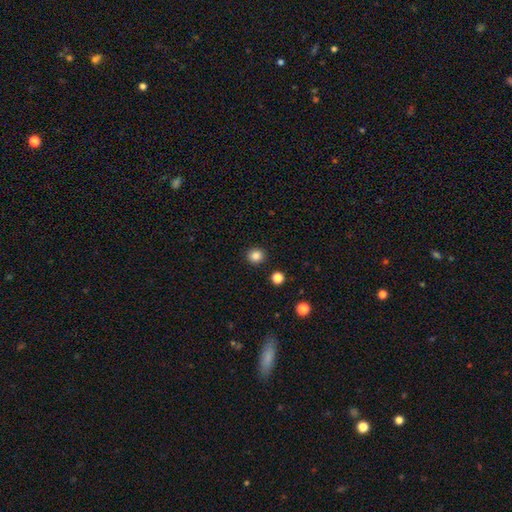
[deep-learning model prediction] A smooth galaxy with no disk features (85%) that is round (91%). Merging: none (92%).